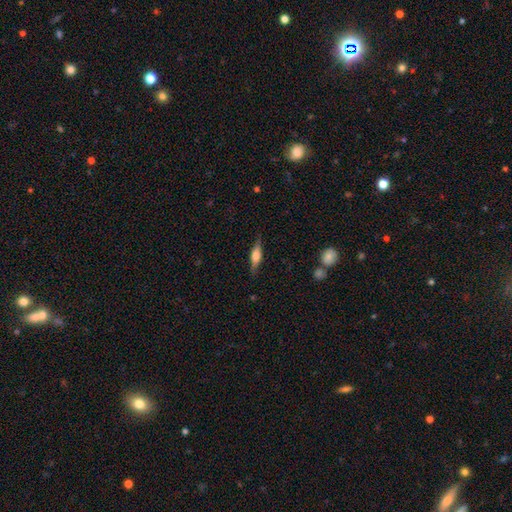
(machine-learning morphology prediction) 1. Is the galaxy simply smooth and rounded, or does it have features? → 48% smooth, 45% featured or disk, 7% star or artifact.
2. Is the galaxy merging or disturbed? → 82% none, 13% minor disturbance, 3% major disturbance, 2% merger.